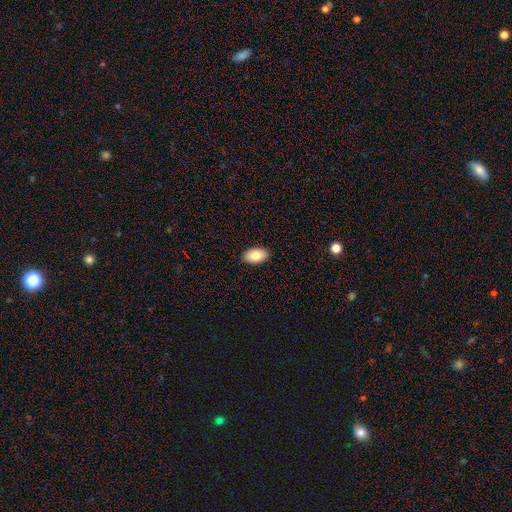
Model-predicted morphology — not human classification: A smooth galaxy with no disk features (83%) that is in between round and cigar-shaped (93%).

Vote fractions:
- Smooth or featured? smooth: 83% / featured or disk: 10% / star or artifact: 7%
- How rounded? in between: 93% / round: 5% / cigar-shaped: 1%
- Merging? none: 90% / minor disturbance: 8% / major disturbance: 2% / merger: 1%